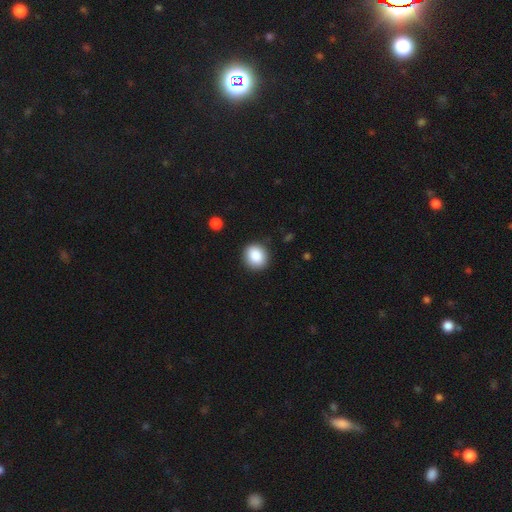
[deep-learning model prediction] Smooth or featured: smooth — 87% (star or artifact — 9%)
How rounded: round — 82% (in between — 17%)
Merging: none — 90% (minor disturbance — 7%)